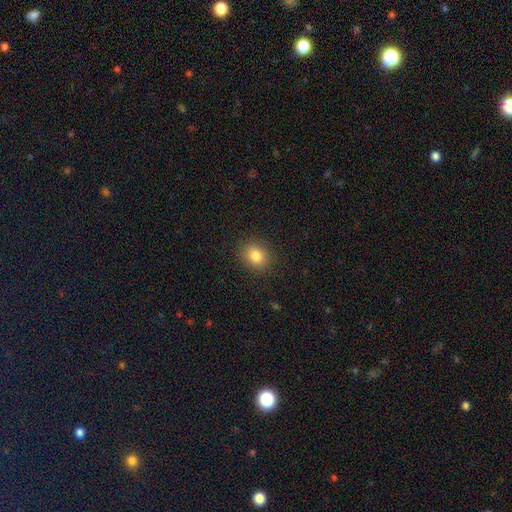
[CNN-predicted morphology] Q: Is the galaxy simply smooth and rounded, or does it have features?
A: smooth — 83%.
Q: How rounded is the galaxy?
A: round — 72%.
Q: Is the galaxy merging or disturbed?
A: none — 89%.